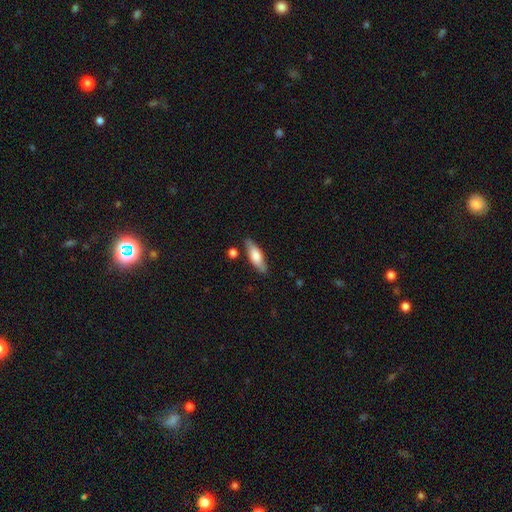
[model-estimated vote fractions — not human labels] smooth_or_featured: smooth (p=0.63) [alt: featured or disk p=0.30]
how_rounded: in between (p=0.55) [alt: cigar-shaped p=0.42]
merging: none (p=0.79) [alt: minor disturbance p=0.14]